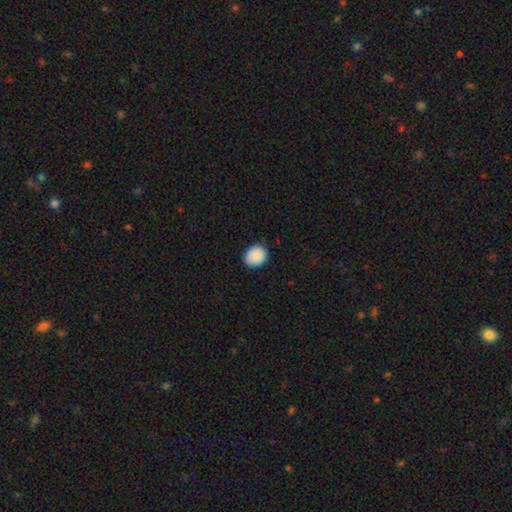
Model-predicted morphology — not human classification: A smooth galaxy with no disk features (90%) that is round (65%). Merging: none (87%).